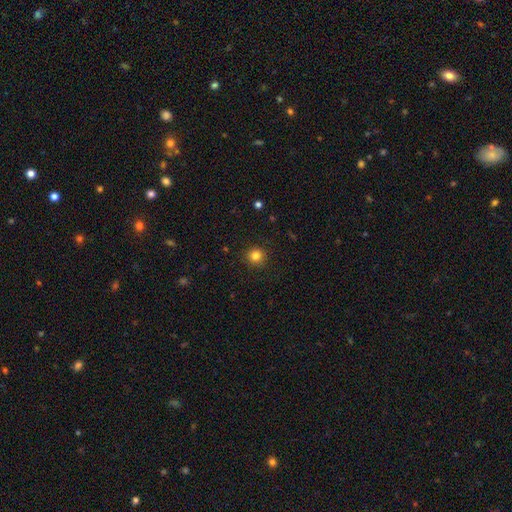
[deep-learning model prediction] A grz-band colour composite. It shows a smooth galaxy with no disk features (83%) that is round (93%). Merging: none (91%).